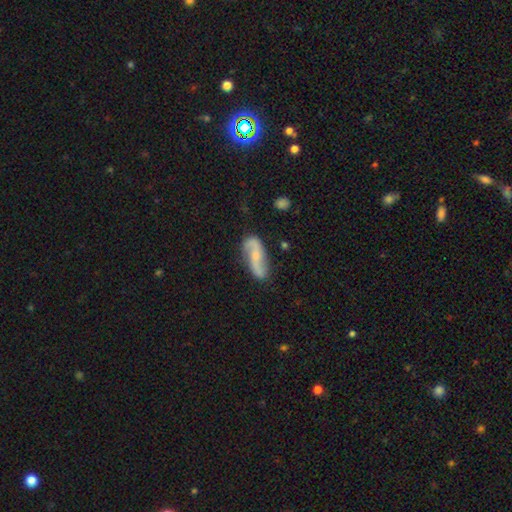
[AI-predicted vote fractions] This appears to be a featured or disk galaxy (75%) with no bar (52%), 2 (92%) loose (69%) spiral arms (93%) and a small central bulge (58%). Merging: none (75%).